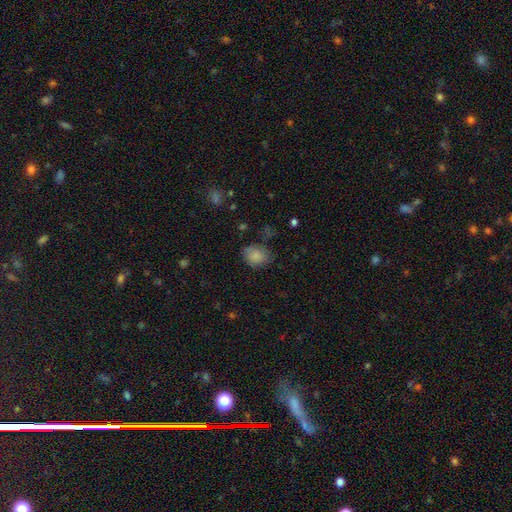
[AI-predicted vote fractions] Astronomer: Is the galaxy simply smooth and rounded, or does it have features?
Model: smooth — 83%.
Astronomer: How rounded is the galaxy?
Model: in between — 55% (runner-up: round, 44%).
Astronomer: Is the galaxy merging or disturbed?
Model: none — 69%.